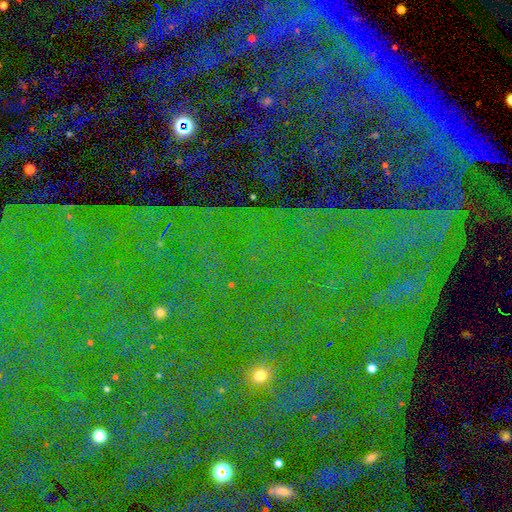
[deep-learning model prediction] This is clearly a star or artifact rather than a galaxy (85%).